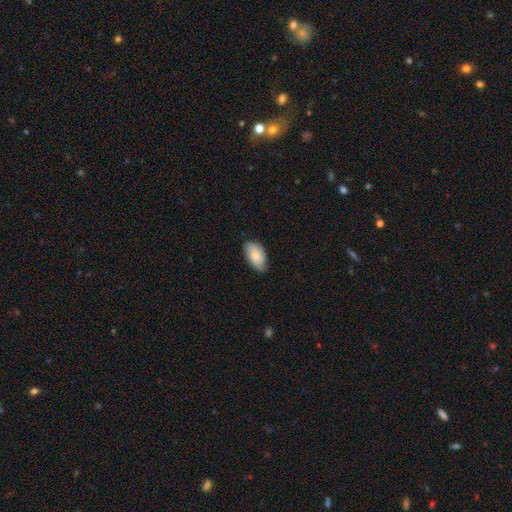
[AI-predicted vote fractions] Smooth or featured: smooth — 81% (featured or disk — 13%)
How rounded: in between — 94% (round — 3%)
Merging: none — 77% (minor disturbance — 19%)